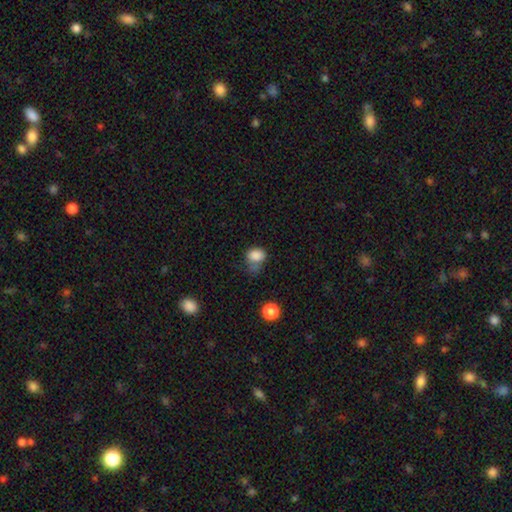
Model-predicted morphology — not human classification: smooth 83%, star or artifact 11%, featured or disk 7%. Down the decision tree: how rounded — in between (59%); merging — none (34%).